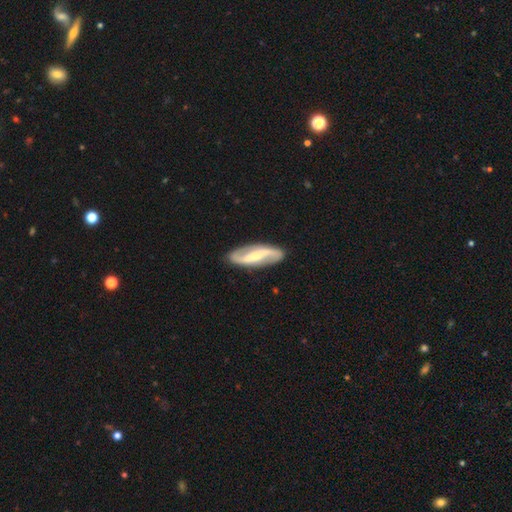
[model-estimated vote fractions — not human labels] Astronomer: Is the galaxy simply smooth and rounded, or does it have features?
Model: featured or disk — 84%.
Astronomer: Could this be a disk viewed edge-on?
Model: no — 92%.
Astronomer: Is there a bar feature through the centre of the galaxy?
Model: strong — 51% (runner-up: weak, 32%).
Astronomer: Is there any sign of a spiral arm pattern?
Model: yes — 95%.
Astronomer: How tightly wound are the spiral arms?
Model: loose — 57%.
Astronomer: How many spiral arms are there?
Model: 2 — 93%.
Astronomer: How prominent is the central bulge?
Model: small — 47% (runner-up: moderate, 38%).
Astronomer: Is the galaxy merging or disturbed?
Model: none — 87%.